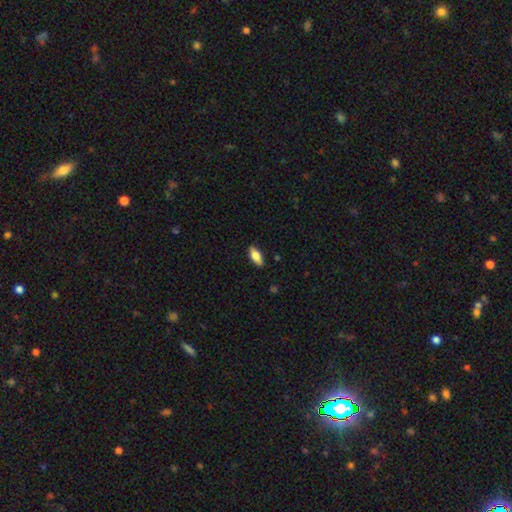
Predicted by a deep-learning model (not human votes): Morphology: type=smooth (74%); roundness=in between (80%); merging=none (87%).